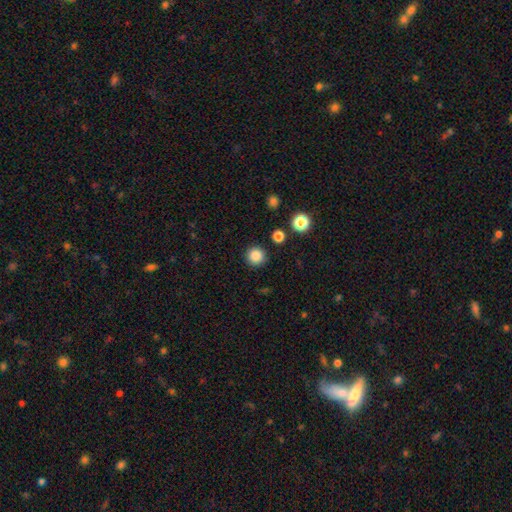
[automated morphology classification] smooth 86%, star or artifact 11%, featured or disk 3%. Down the decision tree: how rounded — round (95%); merging — none (91%).